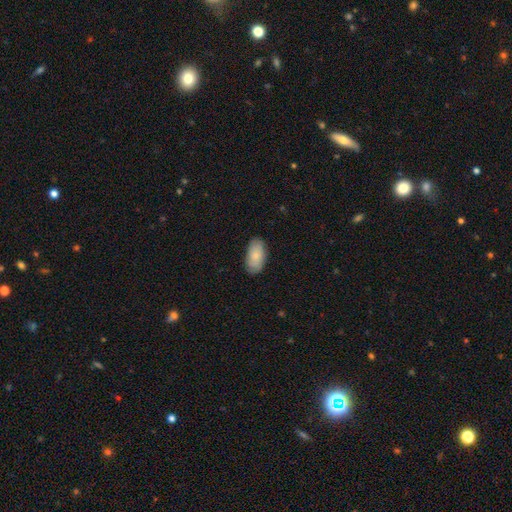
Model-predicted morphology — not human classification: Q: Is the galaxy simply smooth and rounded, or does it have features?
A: smooth — 79%.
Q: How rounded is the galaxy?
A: in between — 94%.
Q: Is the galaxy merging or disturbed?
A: none — 80%.